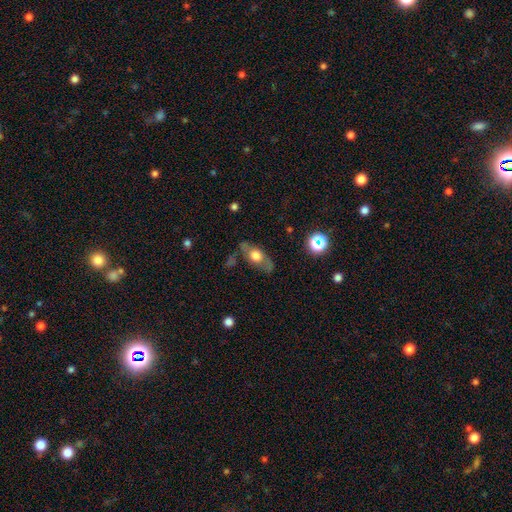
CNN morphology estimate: type=smooth (46%); merging=none (68%).